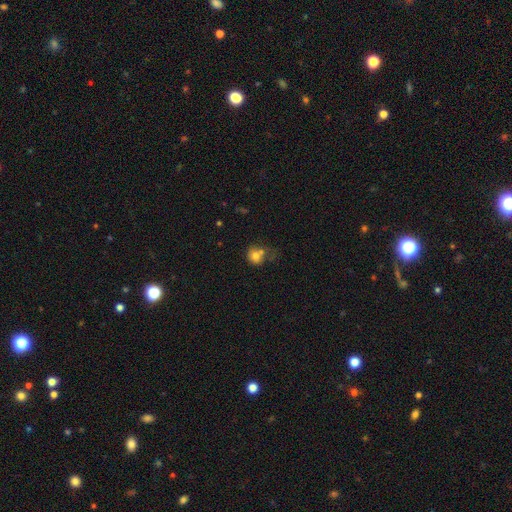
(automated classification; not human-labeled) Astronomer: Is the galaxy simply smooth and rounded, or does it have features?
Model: smooth — 73%.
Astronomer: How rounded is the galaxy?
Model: round — 69%.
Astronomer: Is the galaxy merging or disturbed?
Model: merger — 37% (runner-up: none, 34%).